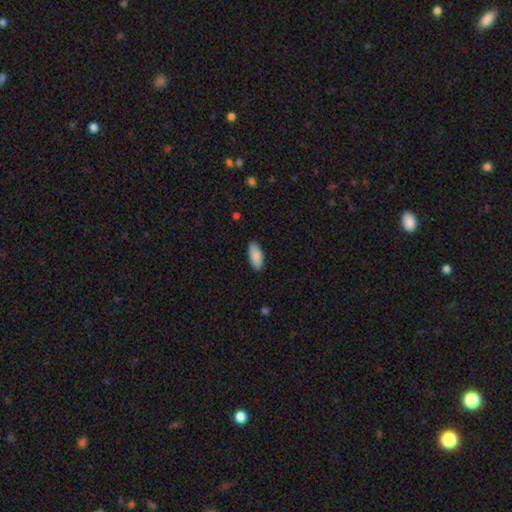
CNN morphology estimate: A smooth galaxy with no disk features (89%) that is in between round and cigar-shaped (87%). Merging: none (88%).